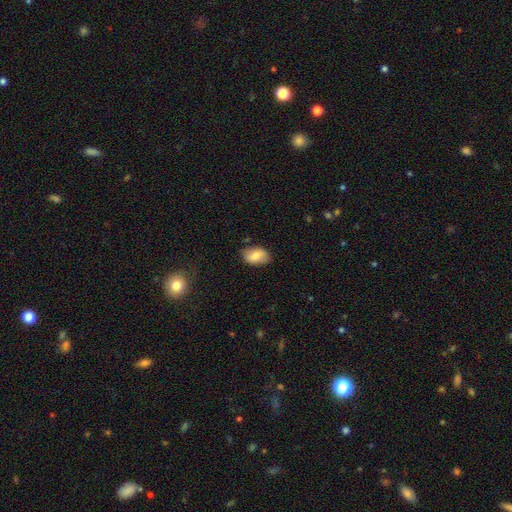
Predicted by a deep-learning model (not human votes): A smooth galaxy with no disk features (77%) that is in between round and cigar-shaped (89%).

Vote fractions:
- Smooth or featured? smooth: 77% / featured or disk: 16% / star or artifact: 8%
- How rounded? in between: 89% / round: 9% / cigar-shaped: 1%
- Merging? none: 77% / minor disturbance: 18% / major disturbance: 3% / merger: 2%